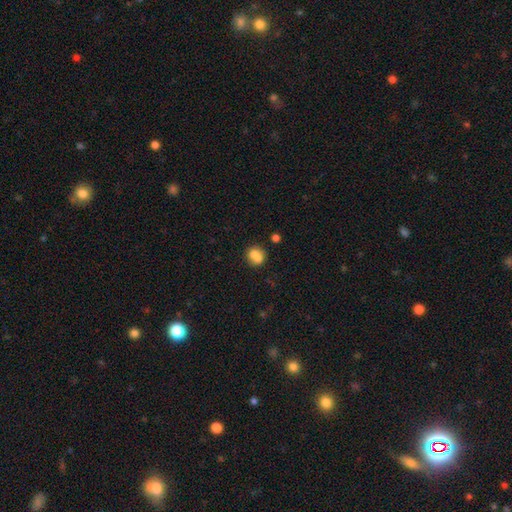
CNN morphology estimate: A smooth galaxy with no disk features (73%) that is round (72%).

Vote fractions:
- Smooth or featured? smooth: 73% / featured or disk: 17% / star or artifact: 10%
- How rounded? round: 72% / in between: 27% / cigar-shaped: 1%
- Merging? merger: 50% / none: 37% / minor disturbance: 9% / major disturbance: 4%